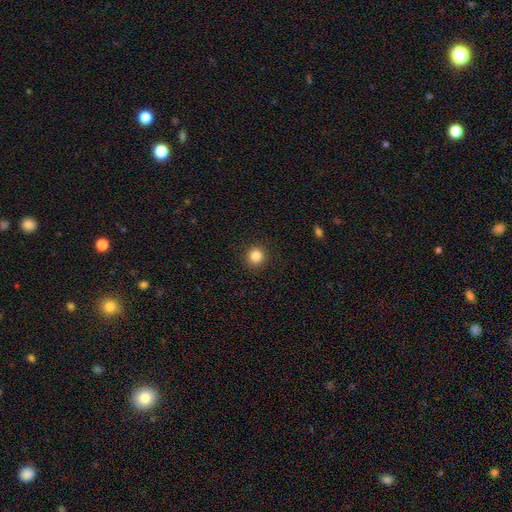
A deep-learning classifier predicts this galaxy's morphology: This is clearly a smooth galaxy (85%). How rounded: clearly round (93%). Merging: clearly none (92%).